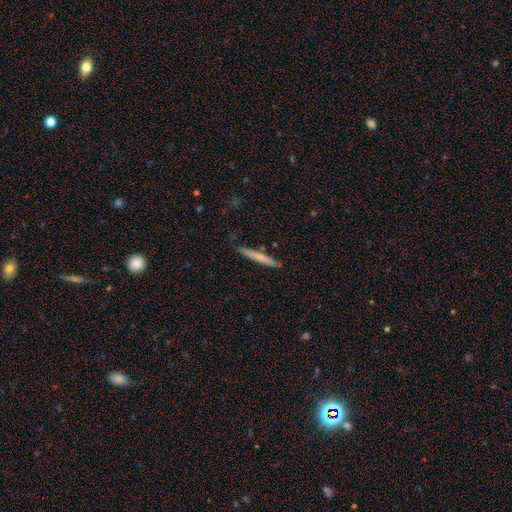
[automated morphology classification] This appears to be a smooth galaxy with no disk features (57%) that is cigar-shaped (96%). Merging: none (87%).